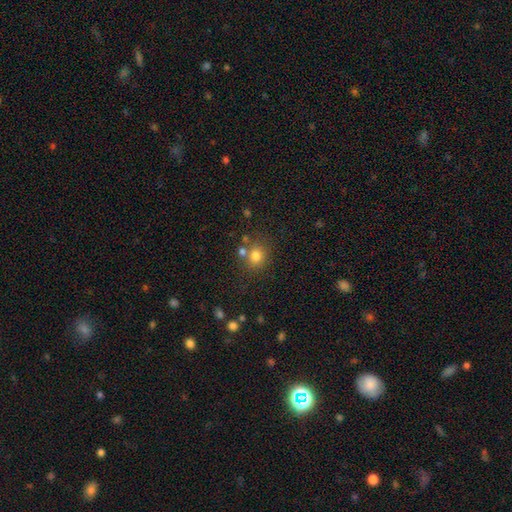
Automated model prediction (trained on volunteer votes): Overall: smooth (78%). How rounded: round (79%). Merging: none (66%).